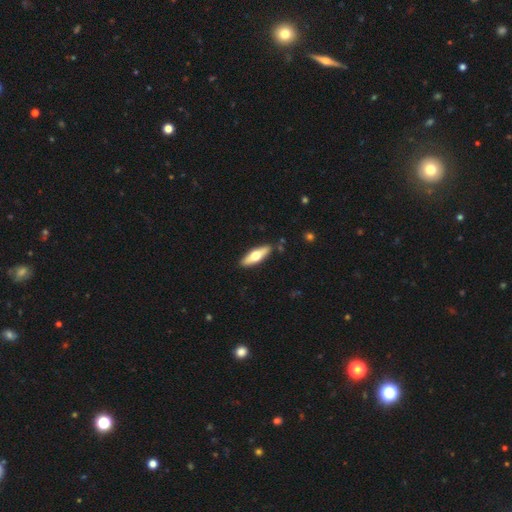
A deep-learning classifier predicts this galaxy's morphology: This is possibly a smooth galaxy (52%). How rounded: possibly cigar-shaped (51%). Merging: clearly none (88%).